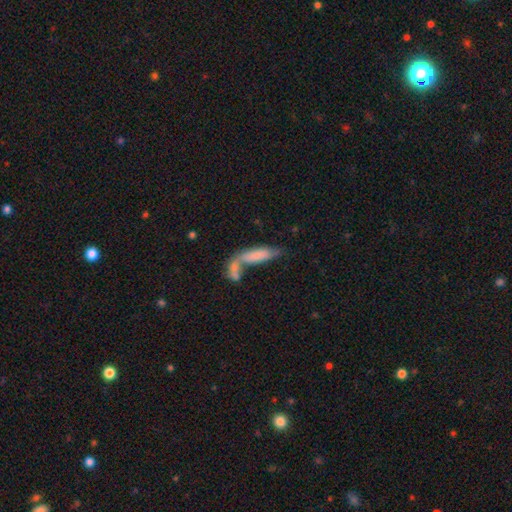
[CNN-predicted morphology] A smooth galaxy with no disk features (68%) that is cigar-shaped (60%).

Vote fractions:
- Smooth or featured? smooth: 68% / featured or disk: 23% / star or artifact: 8%
- How rounded? cigar-shaped: 60% / in between: 38% / round: 2%
- Merging? merger: 56% / none: 23% / minor disturbance: 10% / major disturbance: 10%